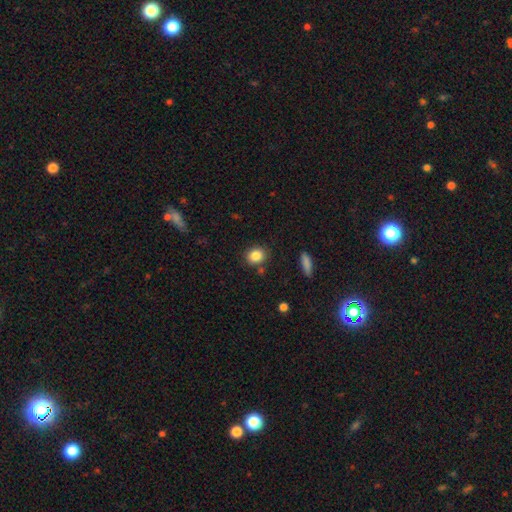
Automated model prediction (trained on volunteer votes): Smooth or featured? smooth (85%)
How rounded? round (63%)
Merging? none (82%)